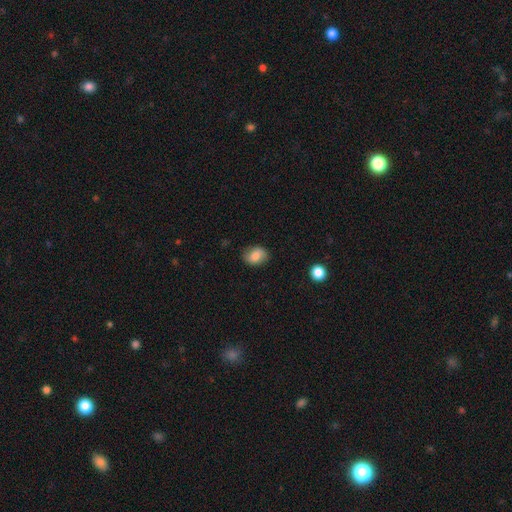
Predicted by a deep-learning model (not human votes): smooth 75%, featured or disk 16%, star or artifact 8%. Down the decision tree: how rounded — in between (67%); merging — none (80%).